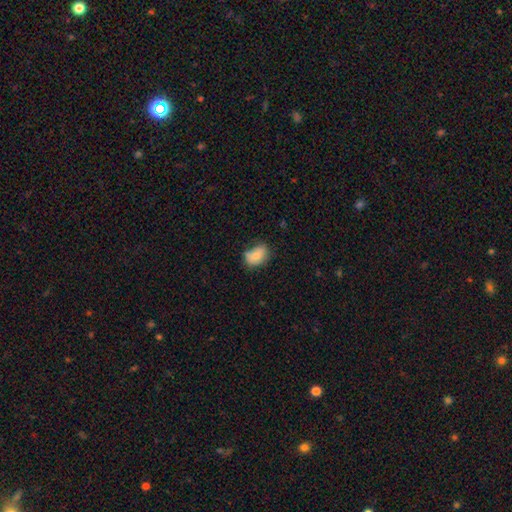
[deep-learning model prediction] smooth 78%, featured or disk 13%, star or artifact 9%. Down the decision tree: how rounded — in between (79%); merging — none (51%).